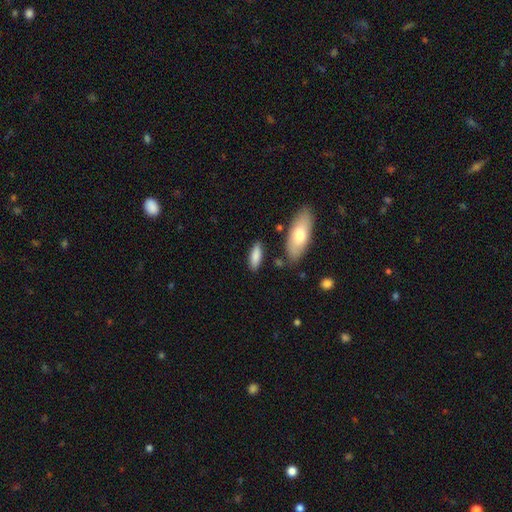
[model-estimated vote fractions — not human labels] Smooth or featured? smooth (84%)
How rounded? in between (64%)
Merging? none (79%)